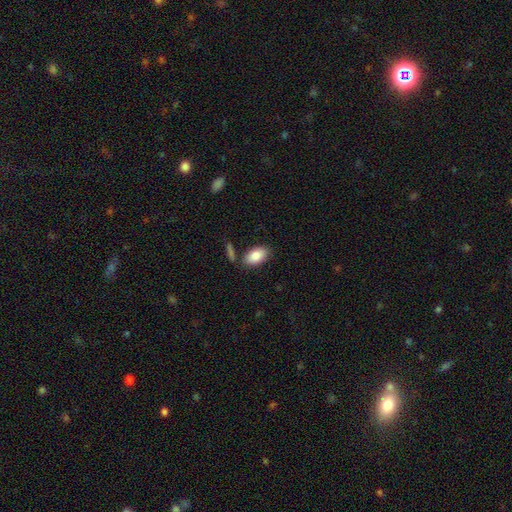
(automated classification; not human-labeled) smooth 86%, featured or disk 8%, star or artifact 6%. Down the decision tree: how rounded — in between (93%); merging — none (79%).